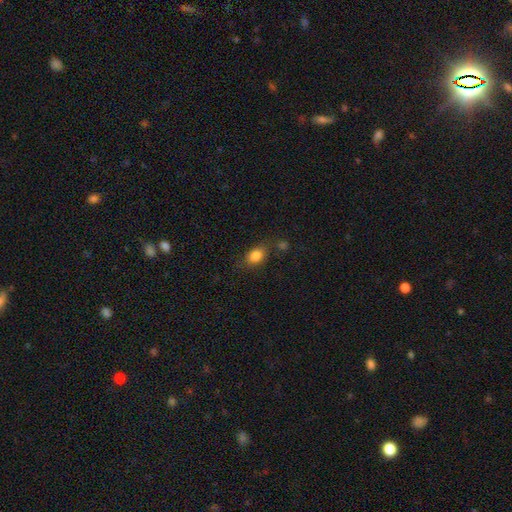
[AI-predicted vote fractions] The model was most divided on "how rounded": in between: 68%, round: 30%, cigar-shaped: 2%. More confident: smooth or featured — smooth (83%); merging — none (69%).